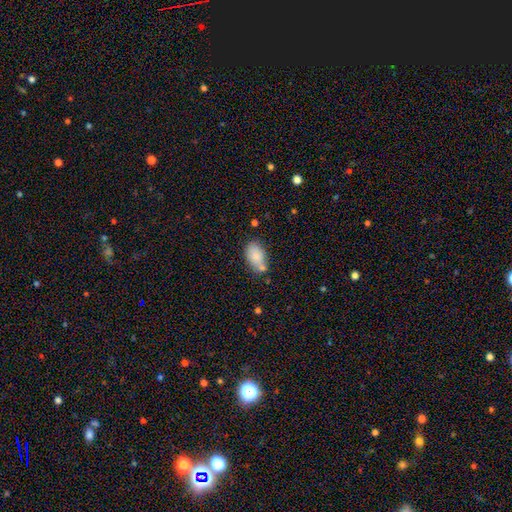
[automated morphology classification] Smooth or featured?
  - smooth: 82% *
  - featured or disk: 10%
  - star or artifact: 8%
How rounded?
  - in between: 91% *
  - round: 7%
  - cigar-shaped: 2%
Merging?
  - none: 62% *
  - minor disturbance: 19%
  - merger: 14%
  - major disturbance: 5%